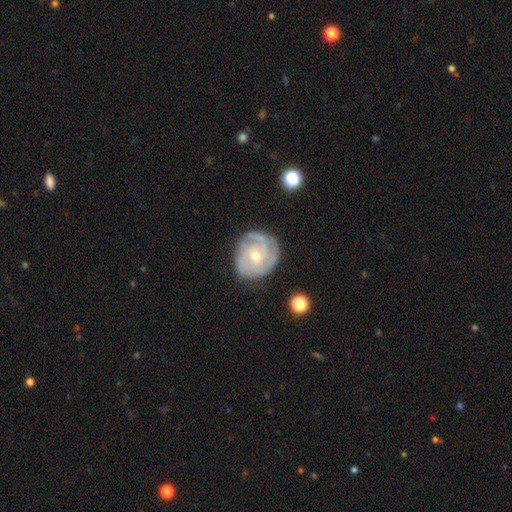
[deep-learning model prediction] Smooth or featured?
  - featured or disk: 85% *
  - smooth: 10%
  - star or artifact: 5%
Edge-on disk?
  - no: 98% *
  - yes: 2%
Bar?
  - no: 71% *
  - weak: 25%
  - strong: 4%
Spiral arms?
  - yes: 96% *
  - no: 4%
Spiral winding?
  - tight: 68% *
  - medium: 26%
  - loose: 5%
Spiral arm count?
  - 3: 42% *
  - can't tell: 22%
  - 2: 15%
  - 4: 12%
  - 1: 5%
  - more than 4: 5%
Bulge size?
  - small: 49% *
  - moderate: 48%
  - large: 1%
  - none: 1%
  - dominant: 1%
Merging?
  - none: 76% *
  - minor disturbance: 17%
  - major disturbance: 5%
  - merger: 1%